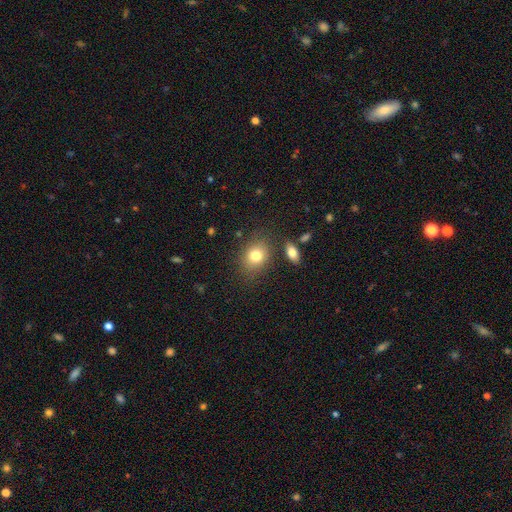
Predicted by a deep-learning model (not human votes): The model was most divided on "how rounded": in between: 54%, round: 45%, cigar-shaped: 1%. More confident: smooth or featured — smooth (80%); merging — none (79%).